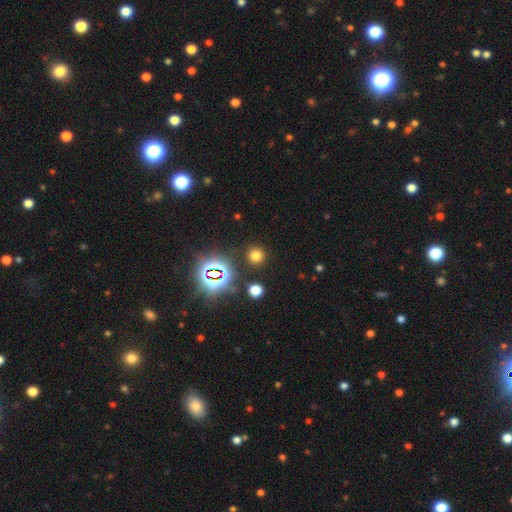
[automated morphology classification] Overall: smooth (67%; star or artifact 27%). How rounded: round (92%). Merging: none (88%).